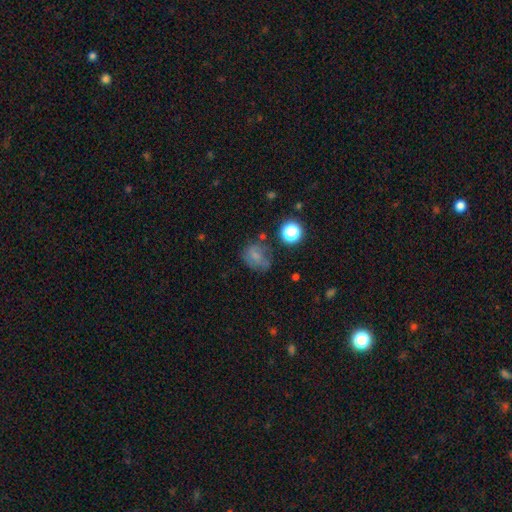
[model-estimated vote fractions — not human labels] Q: Smooth or featured?
A: smooth (65%); runner-up: featured or disk (18%)
Q: How rounded?
A: round (56%); runner-up: in between (43%)
Q: Merging?
A: none (54%); runner-up: minor disturbance (26%)